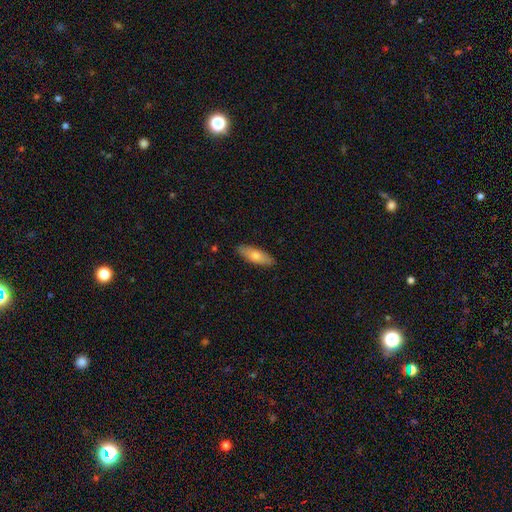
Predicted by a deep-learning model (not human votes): Morphology: type=smooth (73%); roundness=in between (60%); merging=none (87%).